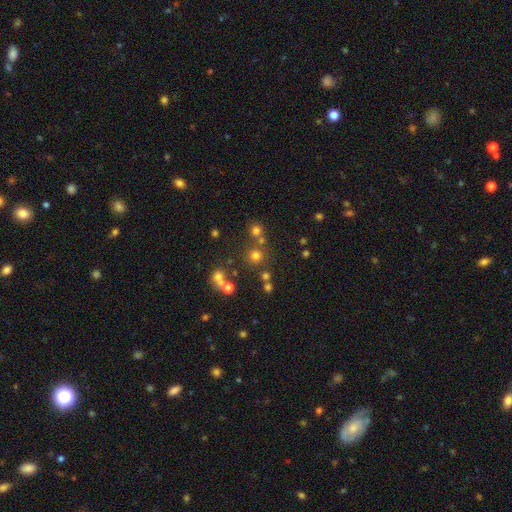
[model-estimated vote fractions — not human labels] Smooth or featured? Predicted: smooth (p=0.69). How rounded? Predicted: round (p=0.92). Merging? Predicted: none (p=0.75).